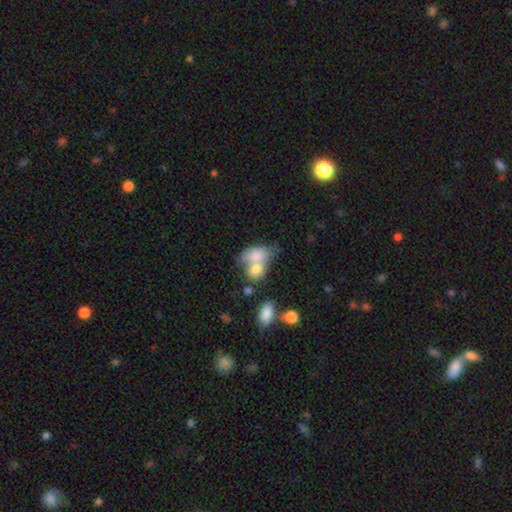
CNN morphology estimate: Smooth or featured: smooth — 75% (featured or disk — 18%)
How rounded: in between — 81% (round — 16%)
Merging: merger — 65% (none — 20%)